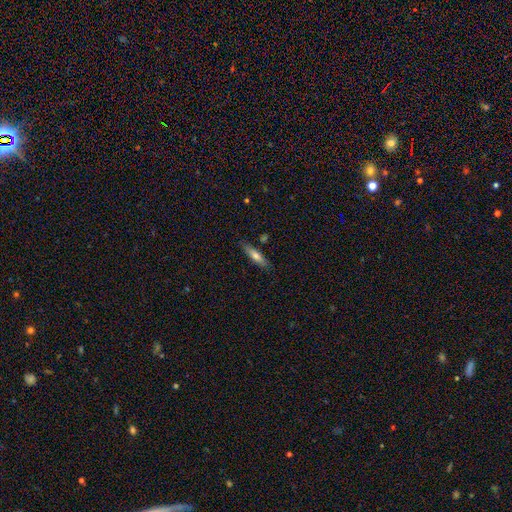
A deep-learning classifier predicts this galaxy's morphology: A smooth galaxy with no disk features (60%) that is cigar-shaped (75%).

Vote fractions:
- Smooth or featured? smooth: 60% / featured or disk: 33% / star or artifact: 7%
- How rounded? cigar-shaped: 75% / in between: 23% / round: 2%
- Merging? none: 83% / minor disturbance: 12% / merger: 3% / major disturbance: 2%